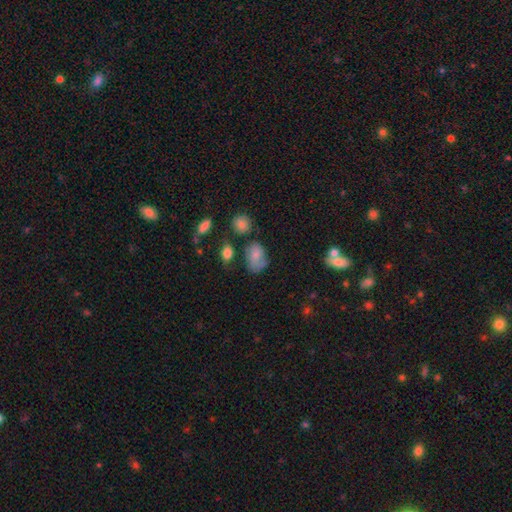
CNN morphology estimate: smooth 69%, featured or disk 22%, star or artifact 10%. Down the decision tree: how rounded — in between (78%); merging — none (47%).